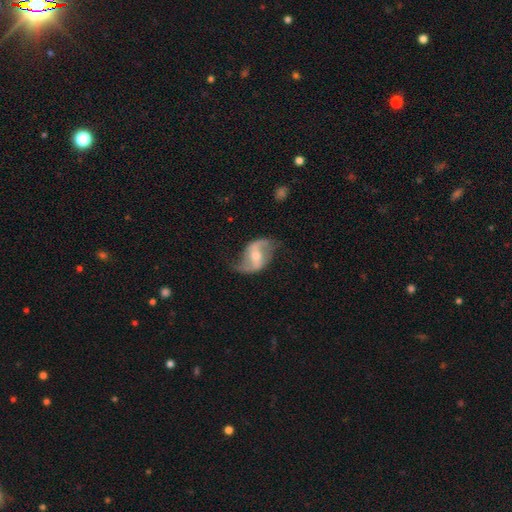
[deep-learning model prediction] A featured or disk galaxy (85%) with a weak bar (40%), 2 (92%) loose (71%) spiral arms (93%) and a moderate central bulge (54%). Merging: none (70%).